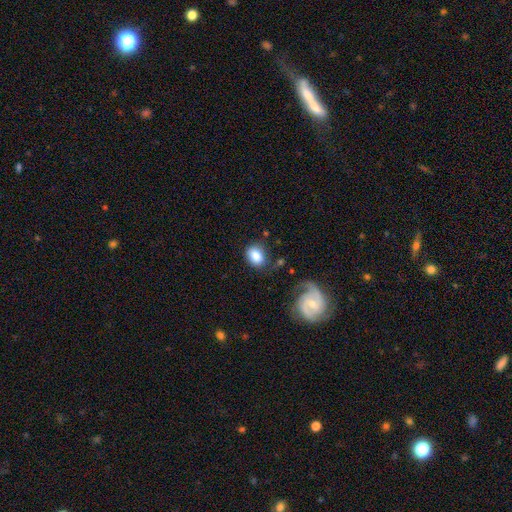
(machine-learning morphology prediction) type=smooth (80%); roundness=in between (52%); merging=none (69%).